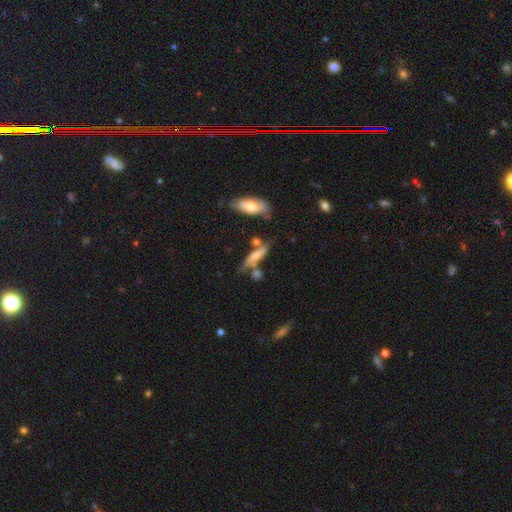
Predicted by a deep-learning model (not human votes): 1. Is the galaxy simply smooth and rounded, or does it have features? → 51% smooth, 40% featured or disk, 9% star or artifact.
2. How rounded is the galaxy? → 70% cigar-shaped, 27% in between, 4% round.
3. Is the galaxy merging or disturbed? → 49% none, 21% minor disturbance, 21% merger, 9% major disturbance.